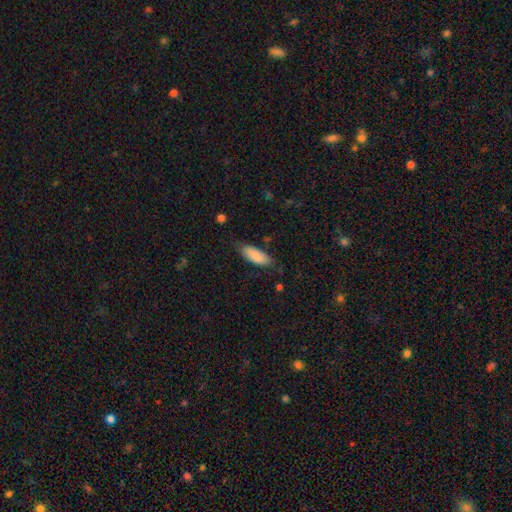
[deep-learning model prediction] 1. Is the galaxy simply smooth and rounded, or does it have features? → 86% smooth, 8% featured or disk, 6% star or artifact.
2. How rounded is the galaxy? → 76% in between, 22% cigar-shaped, 2% round.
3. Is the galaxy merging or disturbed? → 72% none, 21% minor disturbance, 5% major disturbance, 2% merger.